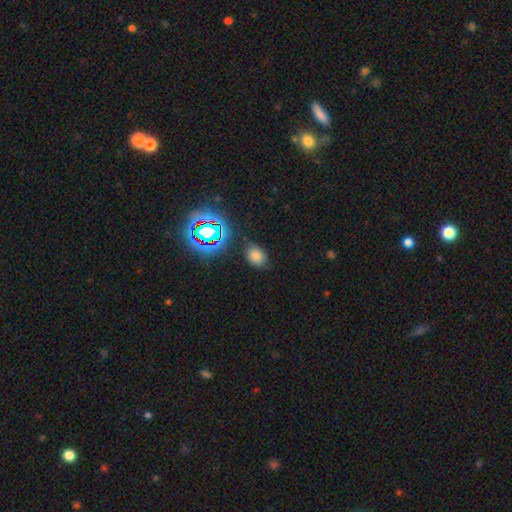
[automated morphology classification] This is likely a smooth galaxy (69%). How rounded: likely in between (69%). Merging: likely none (79%).